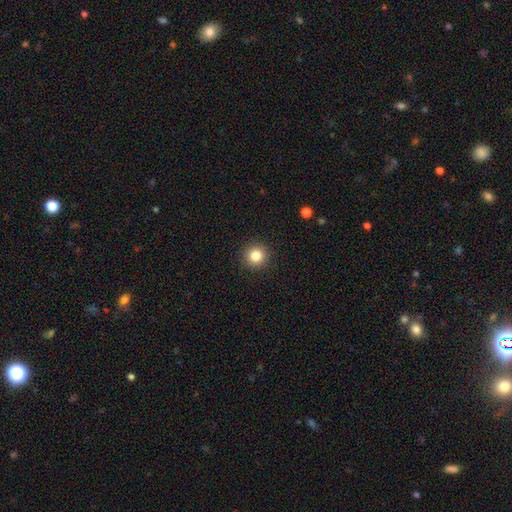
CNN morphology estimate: Smooth or featured? smooth (83%)
How rounded? round (95%)
Merging? none (92%)